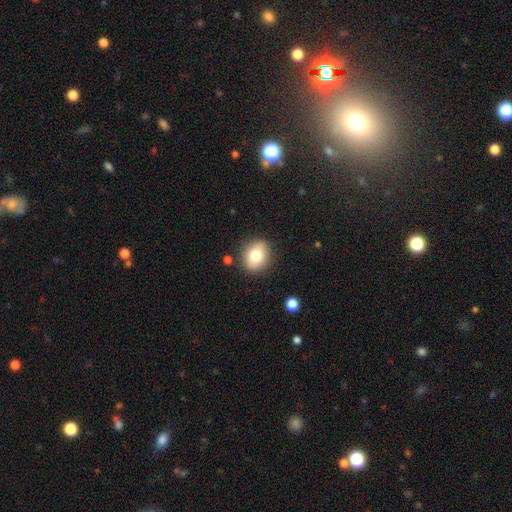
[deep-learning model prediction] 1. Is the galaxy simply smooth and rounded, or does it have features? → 78% smooth, 12% featured or disk, 9% star or artifact.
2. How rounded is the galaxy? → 66% round, 33% in between, 1% cigar-shaped.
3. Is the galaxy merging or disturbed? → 85% none, 10% minor disturbance, 3% major disturbance, 2% merger.